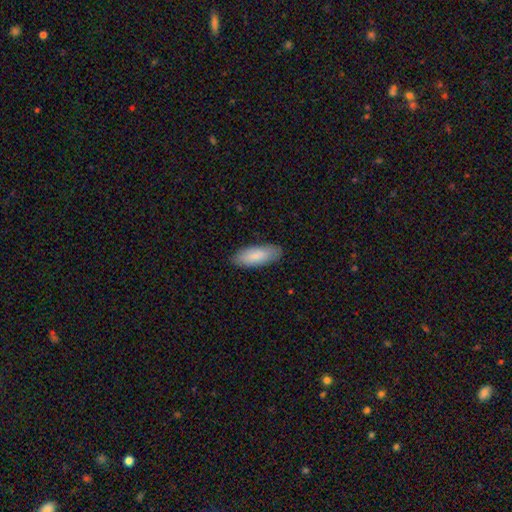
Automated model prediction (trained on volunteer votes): smooth 84%, featured or disk 10%, star or artifact 5%. Down the decision tree: how rounded — in between (74%); merging — none (86%).